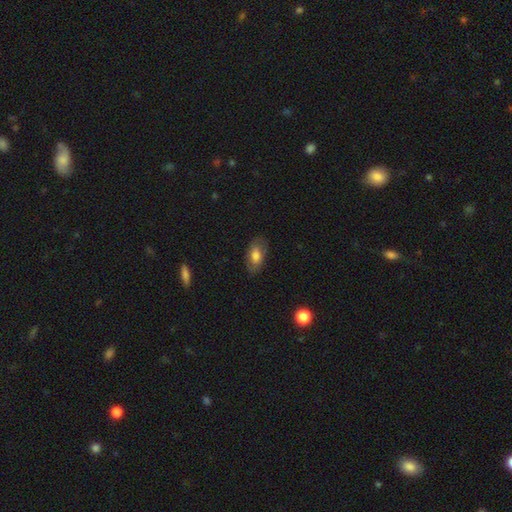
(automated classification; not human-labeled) smooth_or_featured: smooth (p=0.69) [alt: featured or disk p=0.24]
how_rounded: in between (p=0.91) [alt: round p=0.05]
merging: none (p=0.81) [alt: minor disturbance p=0.14]